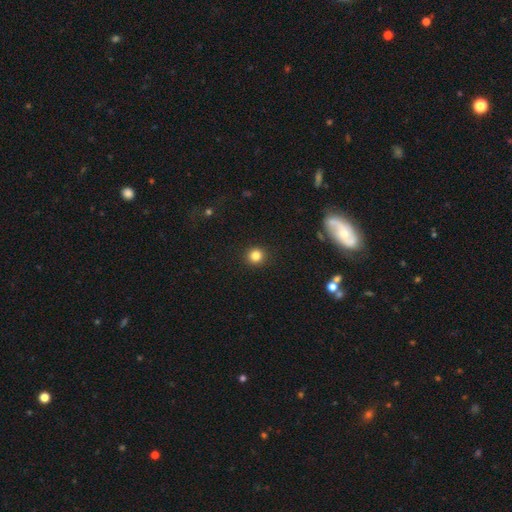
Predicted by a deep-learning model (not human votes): Overall: smooth (83%). How rounded: round (93%). Merging: none (92%).